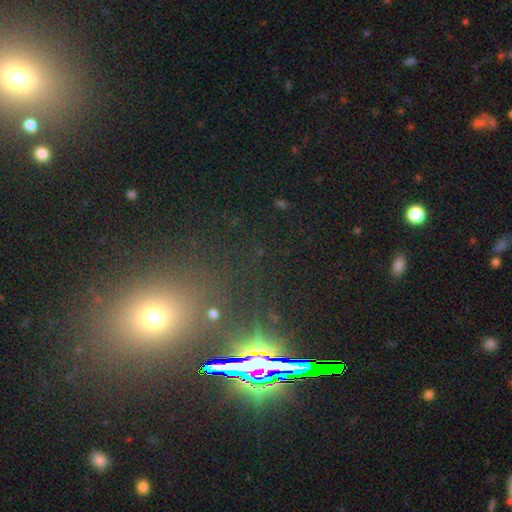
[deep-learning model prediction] This appears to be a star or artifact, not a galaxy (69%).